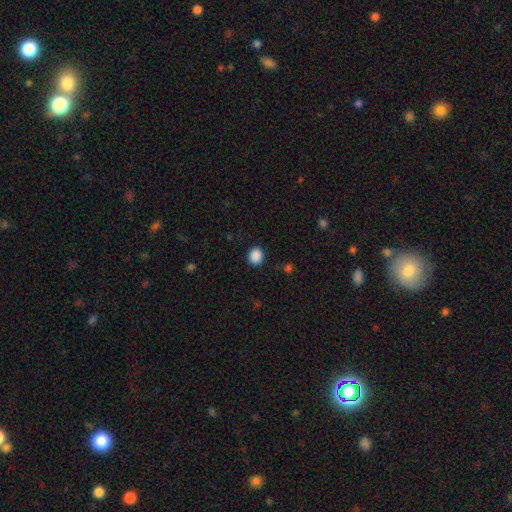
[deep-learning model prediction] smooth-or-featured: smooth: 88% | star or artifact: 9% | featured or disk: 2%
  how-rounded: round: 80% | in between: 19% | cigar-shaped: 1%
  merging: none: 89% | minor disturbance: 7% | major disturbance: 3% | merger: 1%